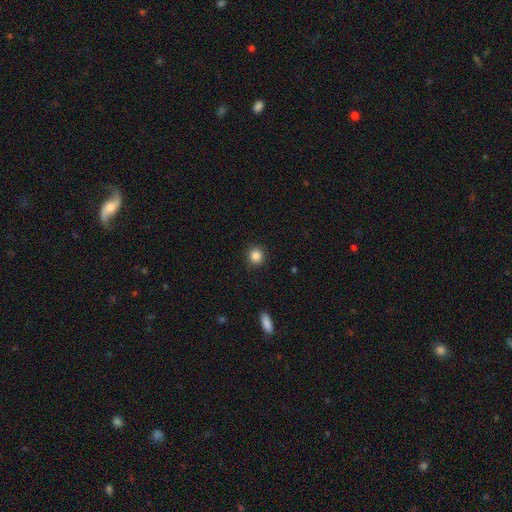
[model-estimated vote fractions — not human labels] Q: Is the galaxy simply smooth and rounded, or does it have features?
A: smooth — 86%.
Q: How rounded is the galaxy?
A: round — 91%.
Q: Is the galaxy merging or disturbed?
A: none — 91%.